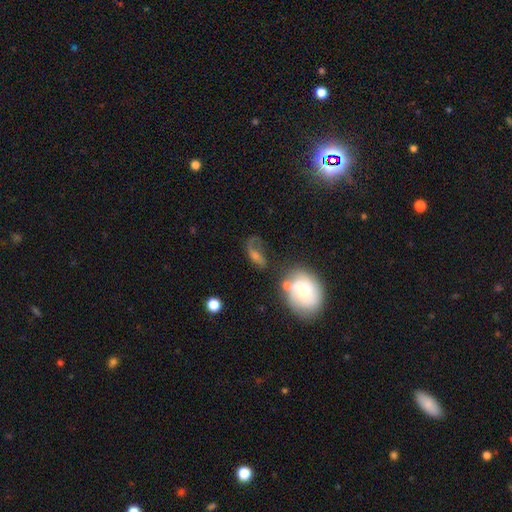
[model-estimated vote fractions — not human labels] smooth 47%, featured or disk 36%, star or artifact 17%. Down the decision tree: merging — none (43%).